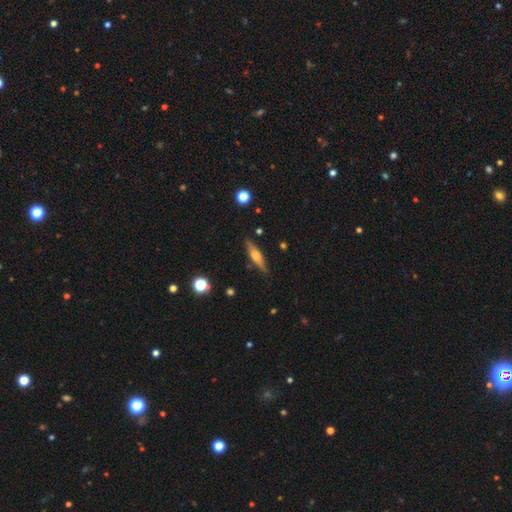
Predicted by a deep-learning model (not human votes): Smooth or featured: featured or disk — 58% (smooth — 35%)
Edge-on disk: yes — 95% (no — 5%)
Edge-on bulge: rounded — 83% (boxy — 12%)
Merging: none — 85% (minor disturbance — 10%)